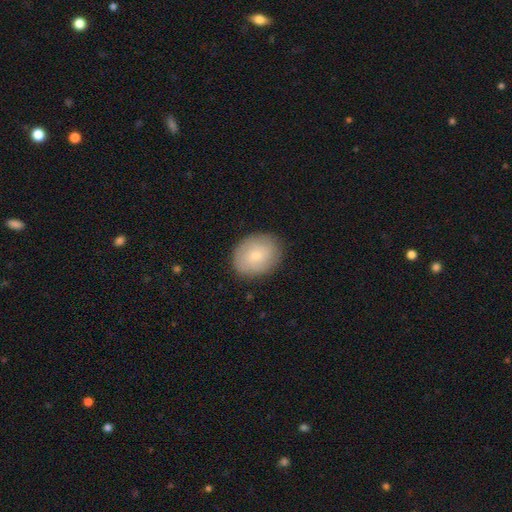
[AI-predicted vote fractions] Smooth or featured? Predicted: smooth (p=0.73). How rounded? Predicted: round (p=0.56). Merging? Predicted: none (p=0.85).